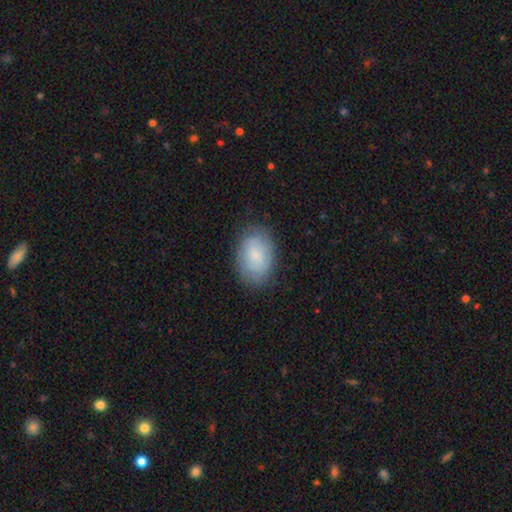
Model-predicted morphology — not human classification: Smooth or featured: smooth — 68% (featured or disk — 25%)
How rounded: in between — 85% (round — 14%)
Merging: none — 79% (minor disturbance — 15%)